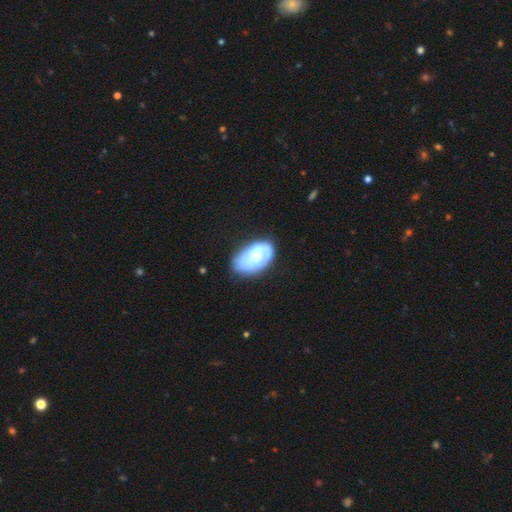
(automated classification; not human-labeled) Q: Smooth or featured?
A: featured or disk (51%); runner-up: smooth (43%)
Q: Edge-on disk?
A: no (96%); runner-up: yes (4%)
Q: Merging?
A: none (56%); runner-up: minor disturbance (29%)